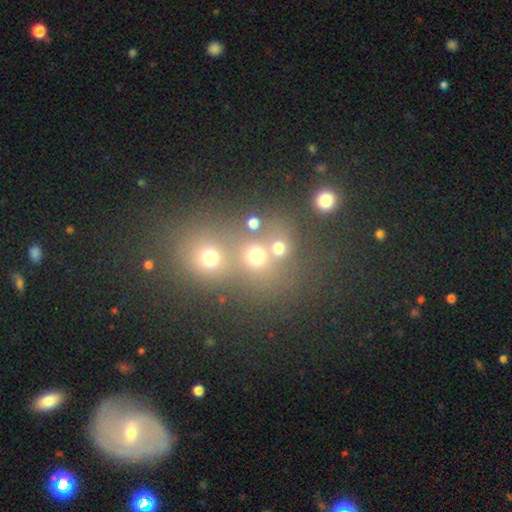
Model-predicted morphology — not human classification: Smooth or featured? smooth (70%)
How rounded? round (82%)
Merging? merger (51%)